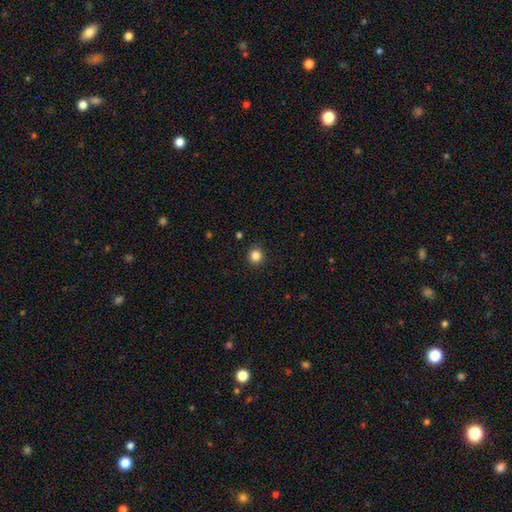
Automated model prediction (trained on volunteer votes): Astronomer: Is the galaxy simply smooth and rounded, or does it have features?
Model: smooth — 84%.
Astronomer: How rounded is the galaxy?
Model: round — 94%.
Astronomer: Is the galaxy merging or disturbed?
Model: none — 92%.